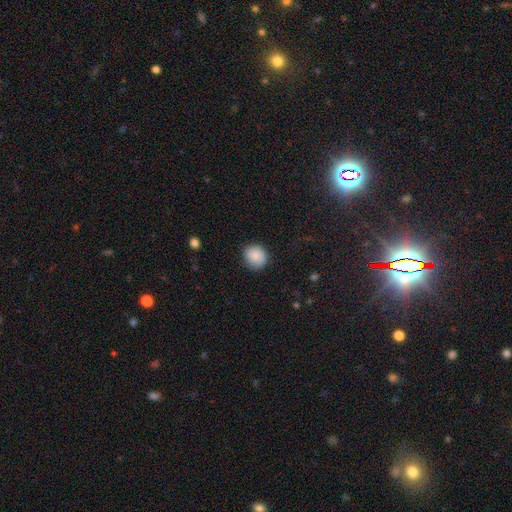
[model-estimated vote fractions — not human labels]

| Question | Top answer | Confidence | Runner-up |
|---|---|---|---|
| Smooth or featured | smooth | 87% | star or artifact (8%) |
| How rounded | round | 81% | in between (19%) |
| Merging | none | 85% | minor disturbance (11%) |